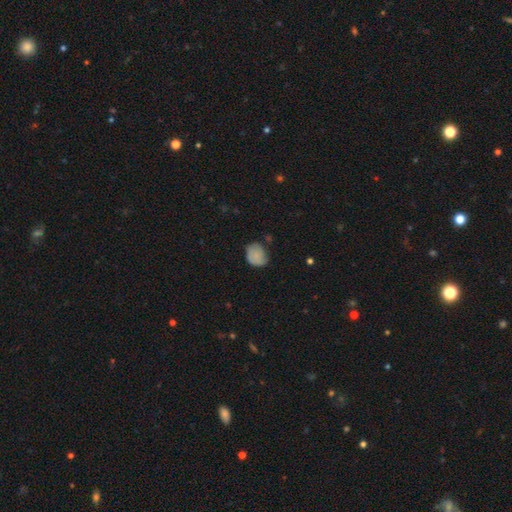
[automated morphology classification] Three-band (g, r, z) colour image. It shows a smooth galaxy with no disk features (73%) that is round (59%). Merging: none (58%).